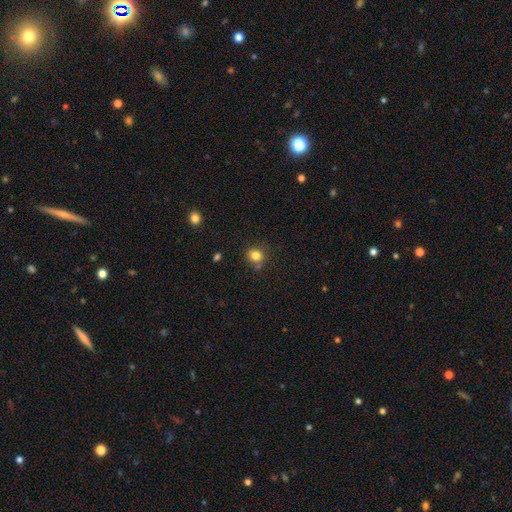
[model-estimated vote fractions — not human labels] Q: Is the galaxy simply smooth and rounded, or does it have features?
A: smooth — 81%.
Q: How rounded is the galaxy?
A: round — 80%.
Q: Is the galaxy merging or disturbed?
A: none — 71%.